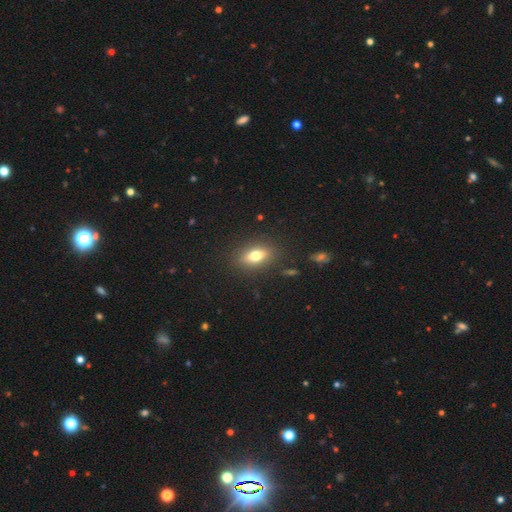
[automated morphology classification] Smooth or featured?
  - smooth: 72% *
  - featured or disk: 18%
  - star or artifact: 10%
How rounded?
  - in between: 77% *
  - round: 13%
  - cigar-shaped: 10%
Merging?
  - none: 87% *
  - minor disturbance: 9%
  - major disturbance: 3%
  - merger: 2%